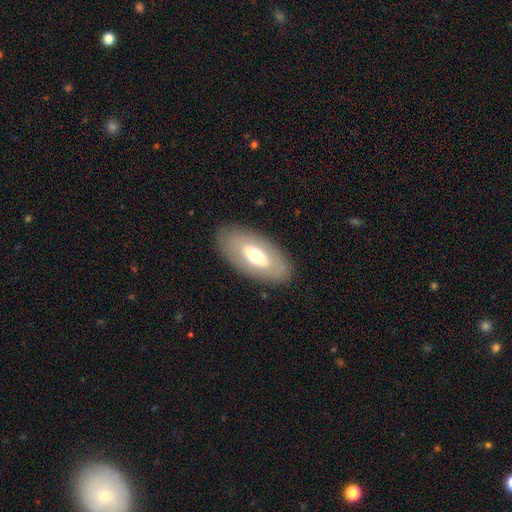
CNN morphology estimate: smooth-or-featured: smooth: 53% | featured or disk: 41% | star or artifact: 6%
  how-rounded: in between: 92% | cigar-shaped: 5% | round: 4%
  merging: none: 85% | minor disturbance: 10% | major disturbance: 4% | merger: 1%